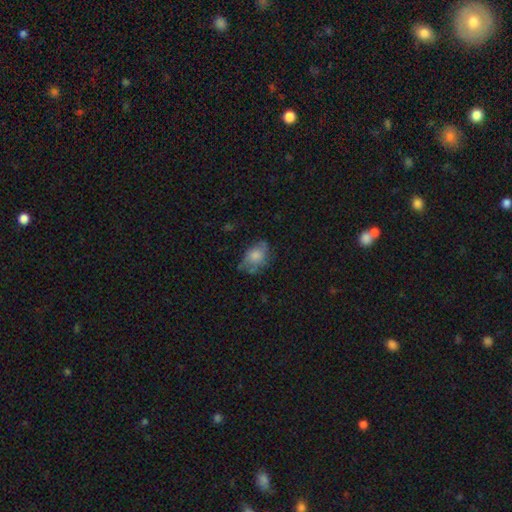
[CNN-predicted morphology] Smooth or featured? smooth (69%)
How rounded? in between (79%)
Merging? none (48%)